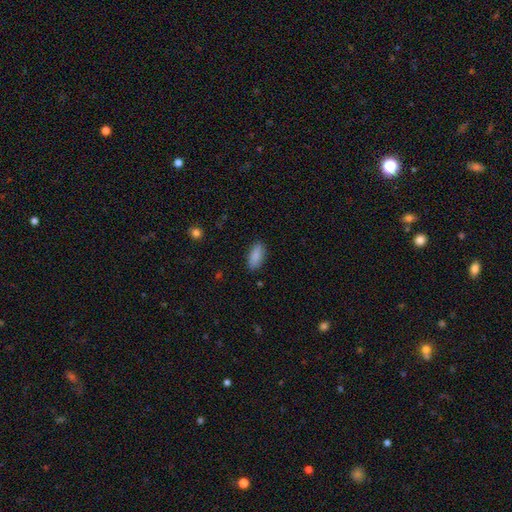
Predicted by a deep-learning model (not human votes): smooth-or-featured: smooth: 89% | star or artifact: 7% | featured or disk: 4%
  how-rounded: in between: 85% | cigar-shaped: 13% | round: 2%
  merging: none: 87% | minor disturbance: 10% | major disturbance: 2% | merger: 1%